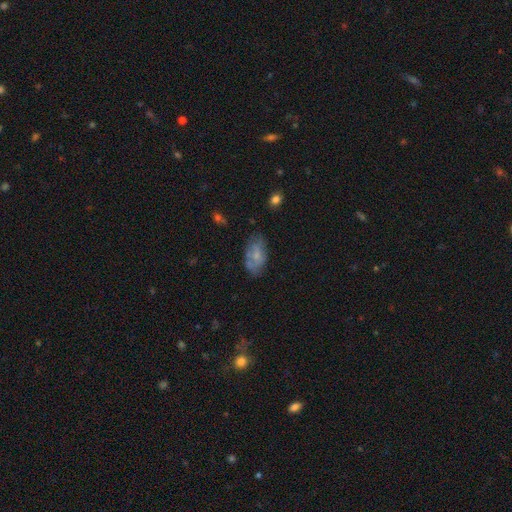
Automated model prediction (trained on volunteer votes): Smooth or featured? smooth (52%)
How rounded? in between (92%)
Merging? none (58%)